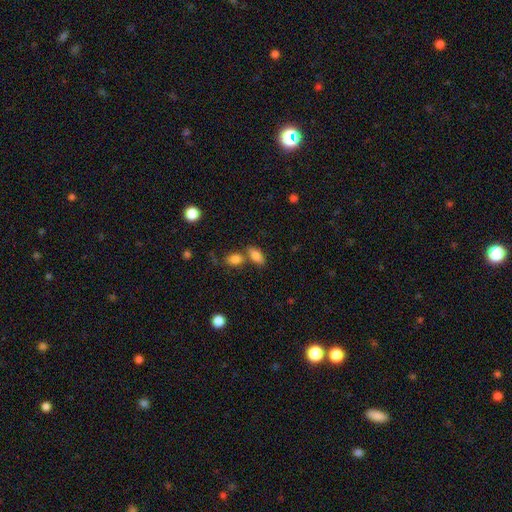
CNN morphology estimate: smooth_or_featured: smooth (p=0.83) [alt: star or artifact p=0.09]
how_rounded: in between (p=0.88) [alt: round p=0.06]
merging: none (p=0.55) [alt: merger p=0.29]